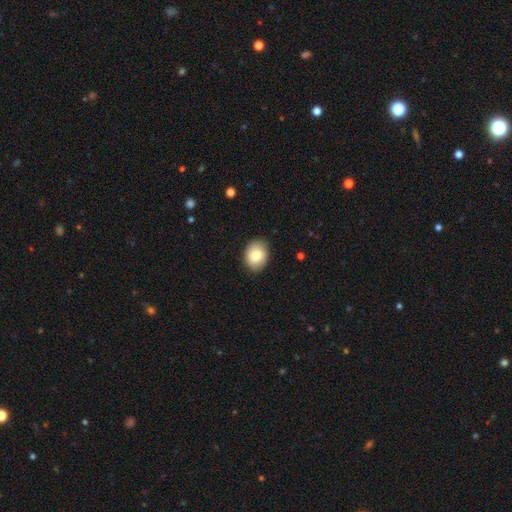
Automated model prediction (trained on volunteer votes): A smooth galaxy with no disk features (80%) that is in between round and cigar-shaped (60%).

Vote fractions:
- Smooth or featured? smooth: 80% / featured or disk: 12% / star or artifact: 7%
- How rounded? in between: 60% / round: 39% / cigar-shaped: 1%
- Merging? none: 85% / minor disturbance: 12% / major disturbance: 2% / merger: 1%